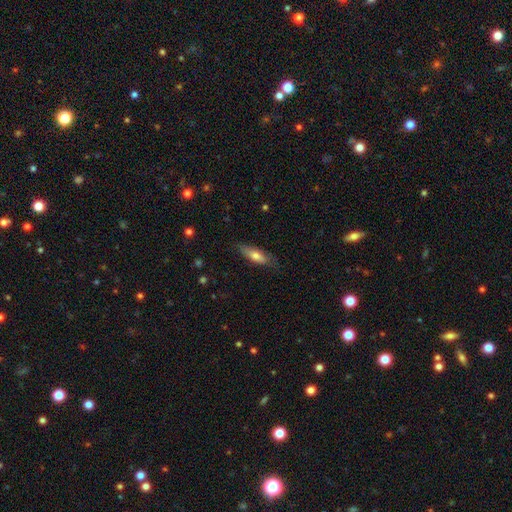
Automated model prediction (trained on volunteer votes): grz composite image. It shows a smooth galaxy with no disk features (65%) that is cigar-shaped (51%). Merging: none (76%).